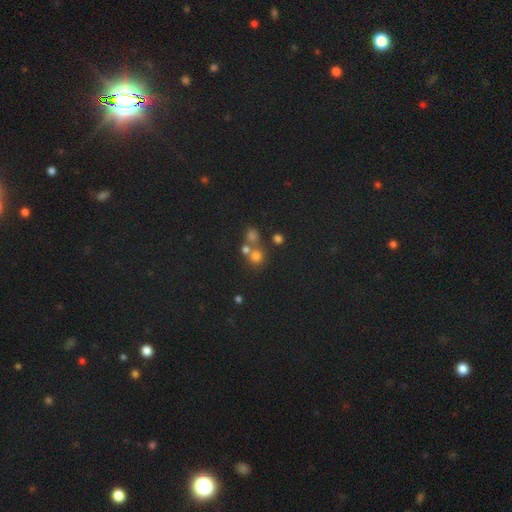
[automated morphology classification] Q: Smooth or featured?
A: smooth (66%); runner-up: star or artifact (24%)
Q: How rounded?
A: round (89%); runner-up: in between (10%)
Q: Merging?
A: none (54%); runner-up: merger (36%)